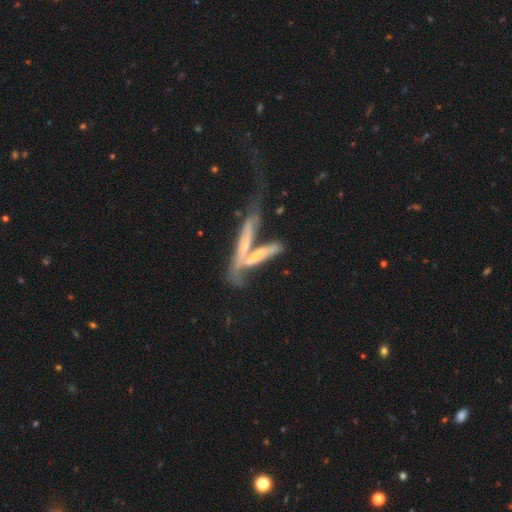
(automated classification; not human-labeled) A featured or disk galaxy (56%) viewed edge-on (66%).

Vote fractions:
- Smooth or featured? featured or disk: 56% / smooth: 36% / star or artifact: 8%
- Edge-on disk? yes: 66% / no: 34%
- Merging? merger: 54% / none: 24% / minor disturbance: 12% / major disturbance: 11%